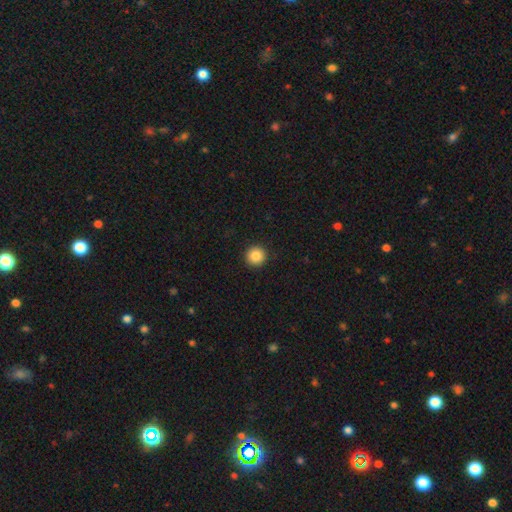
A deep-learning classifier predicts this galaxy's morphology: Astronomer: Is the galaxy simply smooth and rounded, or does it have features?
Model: smooth — 86%.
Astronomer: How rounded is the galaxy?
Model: round — 95%.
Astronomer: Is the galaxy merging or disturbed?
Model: none — 93%.